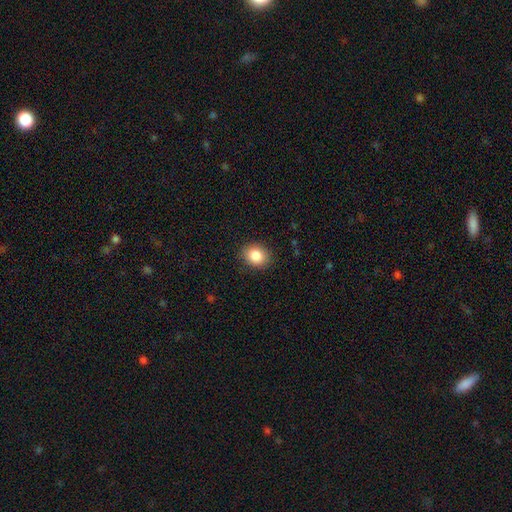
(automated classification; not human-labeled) This is clearly a smooth galaxy (85%). How rounded: possibly round (58%). Merging: clearly none (88%).